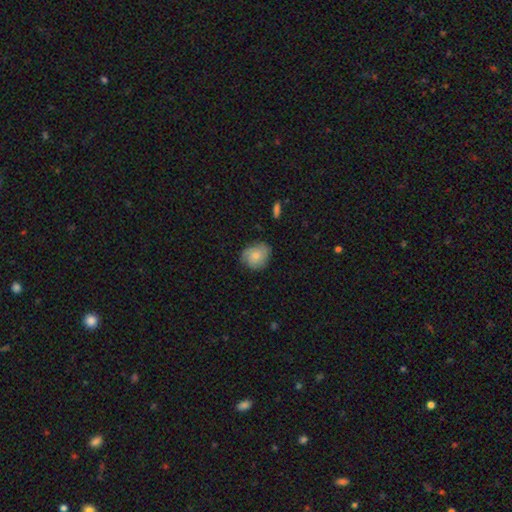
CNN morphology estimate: smooth_or_featured: smooth (p=0.63) [alt: featured or disk p=0.30]
how_rounded: round (p=0.63) [alt: in between p=0.36]
merging: none (p=0.68) [alt: minor disturbance p=0.24]